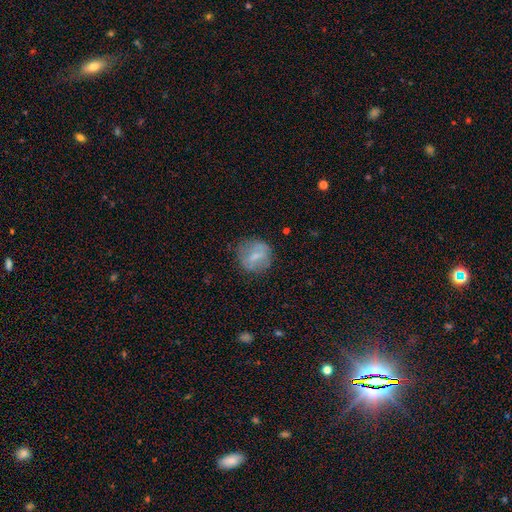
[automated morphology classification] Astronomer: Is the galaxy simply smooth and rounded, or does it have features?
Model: smooth — 59%.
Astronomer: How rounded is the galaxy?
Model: round — 80%.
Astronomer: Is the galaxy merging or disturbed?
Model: none — 70%.